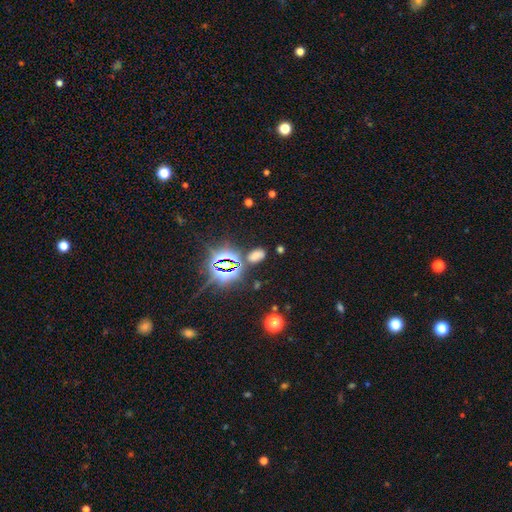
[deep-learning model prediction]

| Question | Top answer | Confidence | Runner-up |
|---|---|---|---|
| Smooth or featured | smooth | 49% | star or artifact (42%) |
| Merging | none | 73% | minor disturbance (14%) |